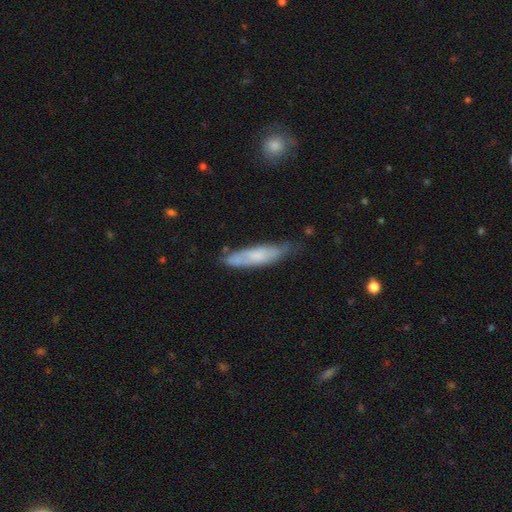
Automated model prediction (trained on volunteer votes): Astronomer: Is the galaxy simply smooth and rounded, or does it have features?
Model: smooth — 55% (runner-up: featured or disk, 38%).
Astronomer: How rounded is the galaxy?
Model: cigar-shaped — 74%.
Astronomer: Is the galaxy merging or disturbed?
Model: none — 62%.